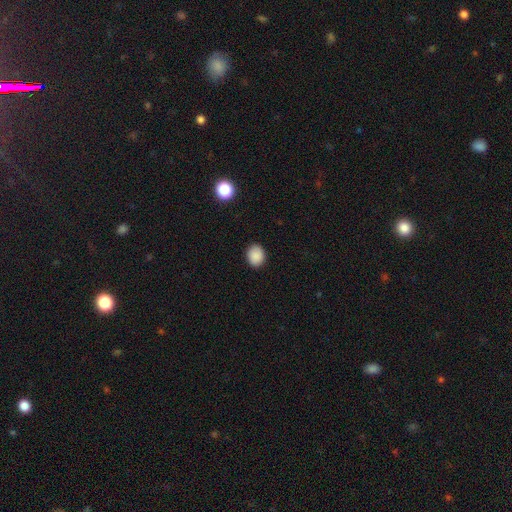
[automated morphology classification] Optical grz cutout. It shows a smooth galaxy with no disk features (88%) that is round (53%). Merging: none (88%).